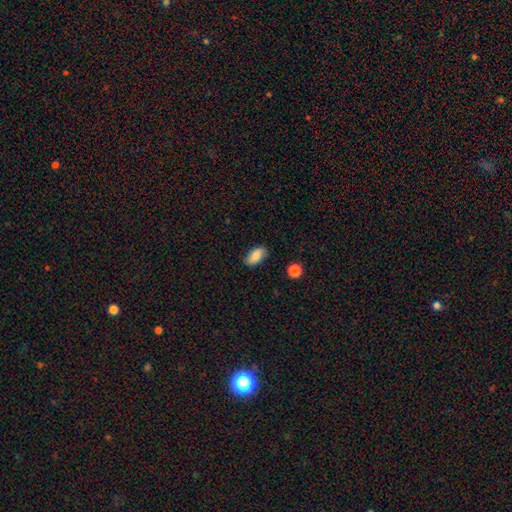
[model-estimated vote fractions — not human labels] A smooth galaxy with no disk features (85%) that is in between round and cigar-shaped (92%).

Vote fractions:
- Smooth or featured? smooth: 85% / star or artifact: 8% / featured or disk: 7%
- How rounded? in between: 92% / round: 4% / cigar-shaped: 3%
- Merging? none: 82% / minor disturbance: 14% / major disturbance: 3% / merger: 1%